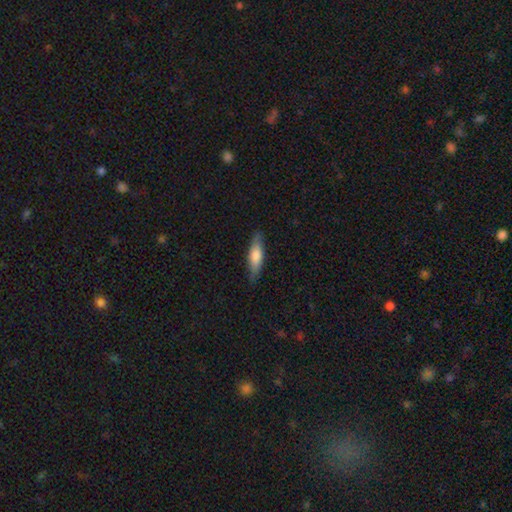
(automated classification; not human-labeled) Smooth or featured? smooth (70%)
How rounded? cigar-shaped (57%)
Merging? none (82%)